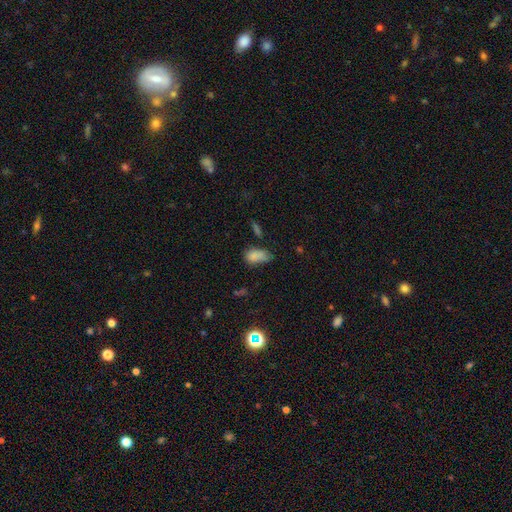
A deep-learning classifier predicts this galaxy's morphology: Smooth or featured?
  - smooth: 80% *
  - star or artifact: 12%
  - featured or disk: 9%
How rounded?
  - in between: 88% *
  - round: 7%
  - cigar-shaped: 5%
Merging?
  - none: 38% *
  - minor disturbance: 34%
  - major disturbance: 17%
  - merger: 11%